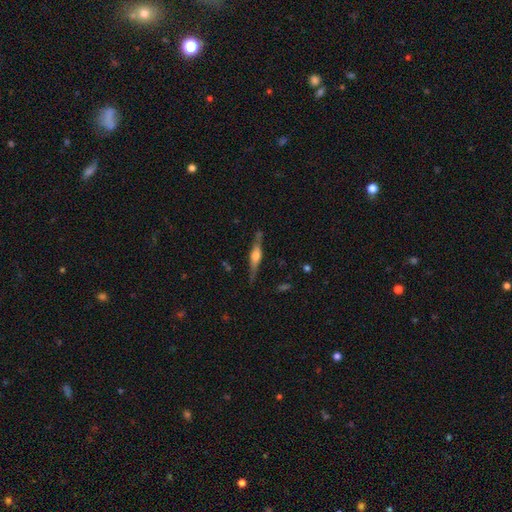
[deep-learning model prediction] Smooth or featured: featured or disk — 70% (smooth — 24%)
Edge-on disk: yes — 96% (no — 4%)
Edge-on bulge: rounded — 83% (boxy — 14%)
Merging: none — 82% (minor disturbance — 13%)